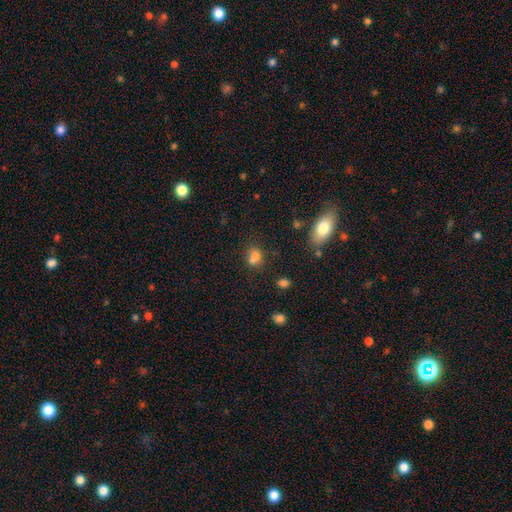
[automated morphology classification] Overall: smooth (72%). How rounded: round (51%; in between 47%). Merging: merger (41%; none 40%).